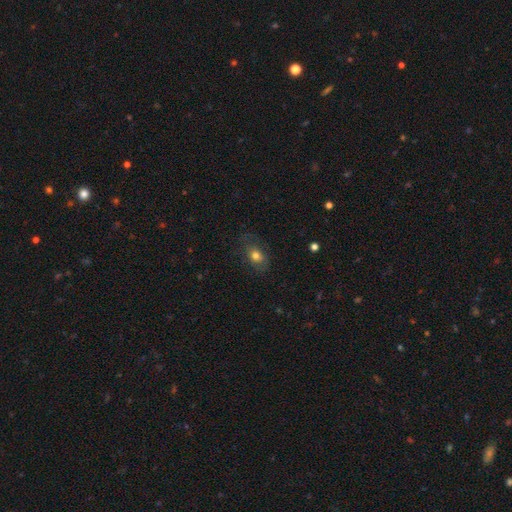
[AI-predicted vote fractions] The model was most divided on "how rounded": in between: 71%, round: 27%, cigar-shaped: 2%. More confident: smooth or featured — smooth (71%); merging — none (68%).